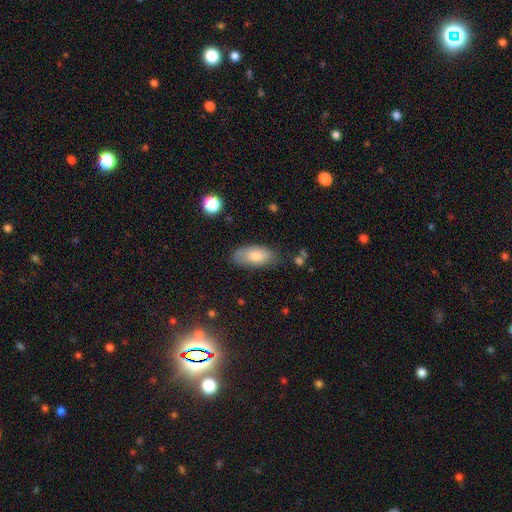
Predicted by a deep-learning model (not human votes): smooth_or_featured: smooth (p=0.75) [alt: featured or disk p=0.17]
how_rounded: in between (p=0.89) [alt: cigar-shaped p=0.08]
merging: none (p=0.74) [alt: minor disturbance p=0.19]